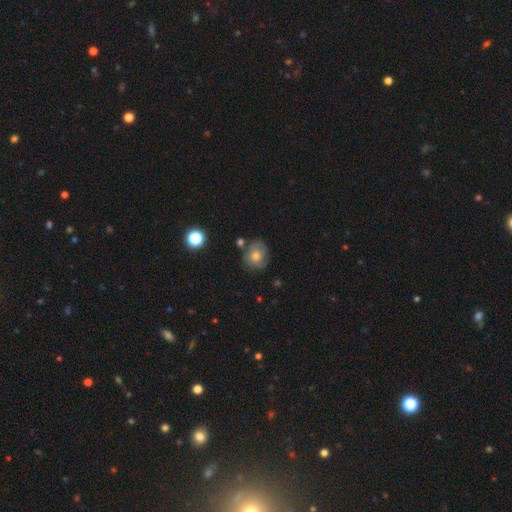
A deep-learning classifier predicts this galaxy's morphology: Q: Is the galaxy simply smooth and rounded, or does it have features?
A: smooth — 64%.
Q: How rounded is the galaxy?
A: round — 73%.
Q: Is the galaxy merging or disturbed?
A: none — 70%.